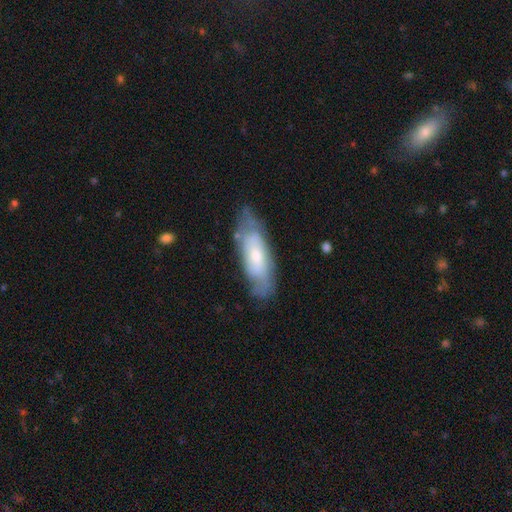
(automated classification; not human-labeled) This is possibly a featured or disk galaxy (55%). It is likely not viewed edge-on (76%). Merging: likely none (70%).